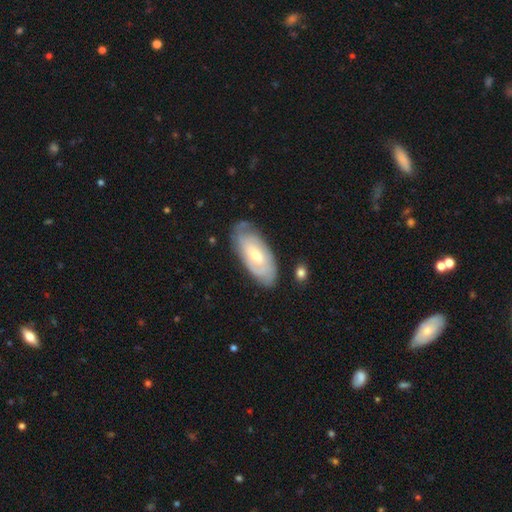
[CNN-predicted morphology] Smooth or featured: featured or disk — 65% (smooth — 30%)
Edge-on disk: no — 90% (yes — 10%)
Bar: no — 46% (weak — 43%)
Spiral arms: yes — 81% (no — 19%)
Bulge size: moderate — 58% (small — 35%)
Merging: none — 73% (minor disturbance — 20%)